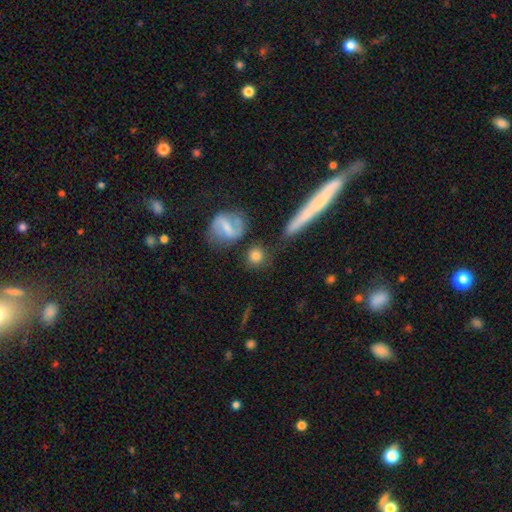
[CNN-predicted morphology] This is likely a smooth galaxy (76%). How rounded: clearly round (82%). Merging: likely none (72%).